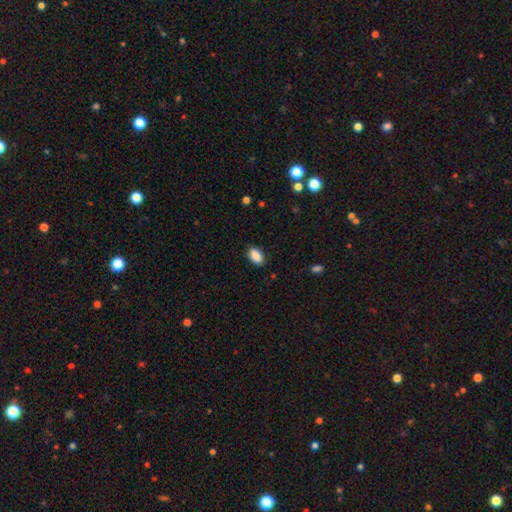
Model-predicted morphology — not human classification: A smooth galaxy with no disk features (90%) that is in between round and cigar-shaped (92%).

Vote fractions:
- Smooth or featured? smooth: 90% / star or artifact: 7% / featured or disk: 3%
- How rounded? in between: 92% / round: 6% / cigar-shaped: 2%
- Merging? none: 87% / minor disturbance: 9% / major disturbance: 2% / merger: 1%